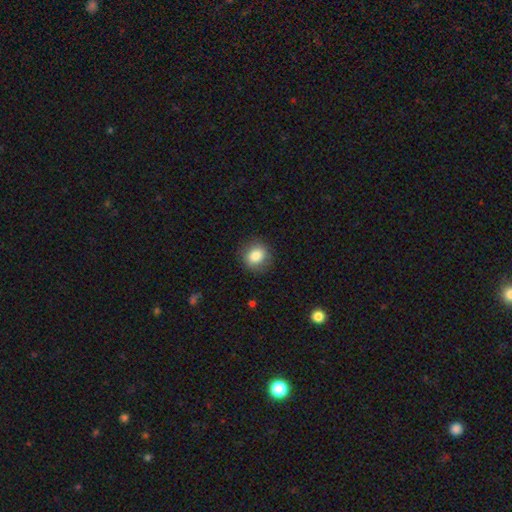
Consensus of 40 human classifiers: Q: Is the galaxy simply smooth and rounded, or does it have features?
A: smooth — 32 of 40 (80%).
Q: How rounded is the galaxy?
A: round — 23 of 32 (72%).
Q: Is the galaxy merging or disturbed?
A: none — 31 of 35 (89%).